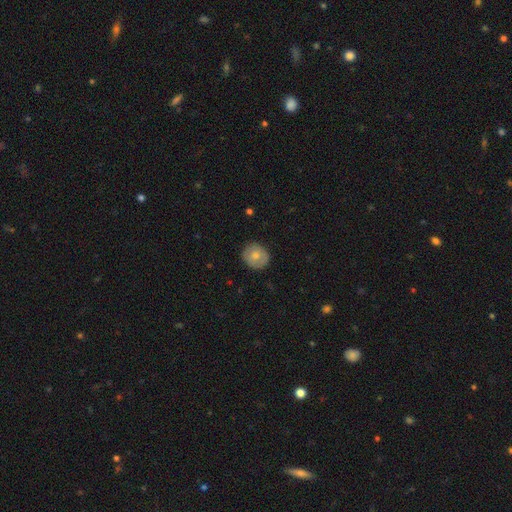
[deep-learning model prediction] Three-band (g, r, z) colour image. It shows a smooth galaxy with no disk features (70%) that is round (85%). Merging: none (85%).